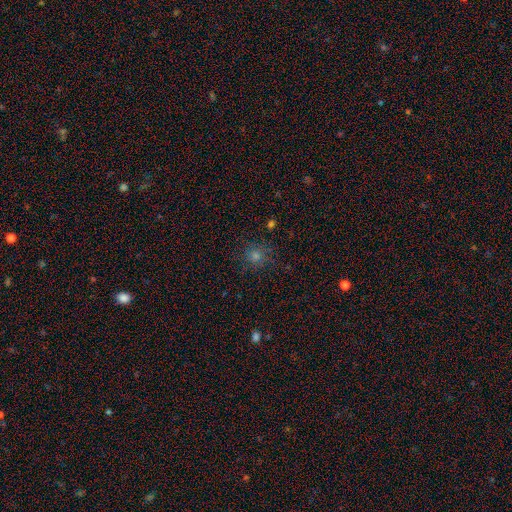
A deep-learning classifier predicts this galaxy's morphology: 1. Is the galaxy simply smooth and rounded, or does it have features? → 64% smooth, 27% star or artifact, 8% featured or disk.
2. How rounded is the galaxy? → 92% round, 7% in between, 1% cigar-shaped.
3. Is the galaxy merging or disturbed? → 85% none, 10% minor disturbance, 3% major disturbance, 2% merger.